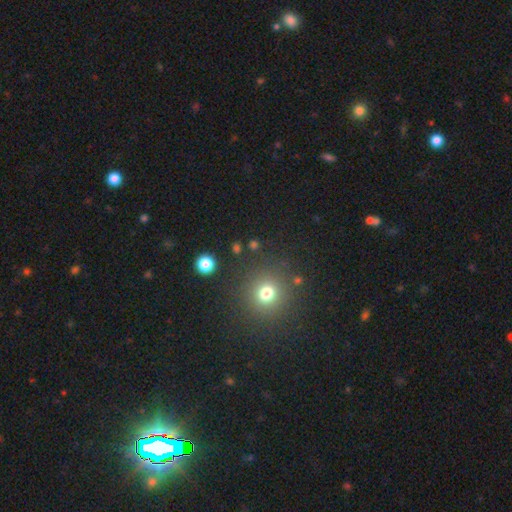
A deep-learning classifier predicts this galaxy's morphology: Smooth or featured? Predicted: smooth (p=0.61). How rounded? Predicted: round (p=0.94). Merging? Predicted: none (p=0.90).